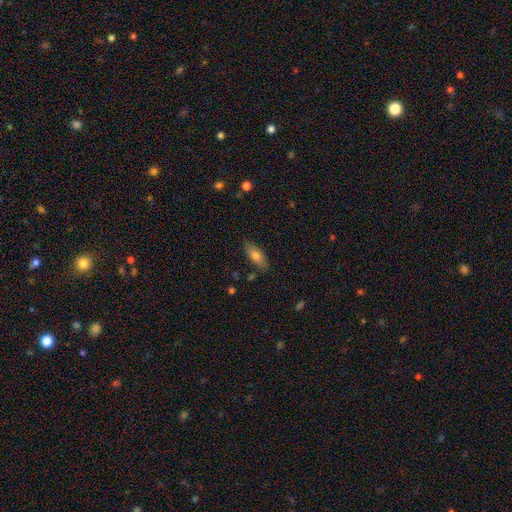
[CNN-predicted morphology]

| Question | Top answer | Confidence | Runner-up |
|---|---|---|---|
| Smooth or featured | smooth | 72% | featured or disk (20%) |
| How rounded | in between | 72% | cigar-shaped (25%) |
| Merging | none | 82% | minor disturbance (13%) |